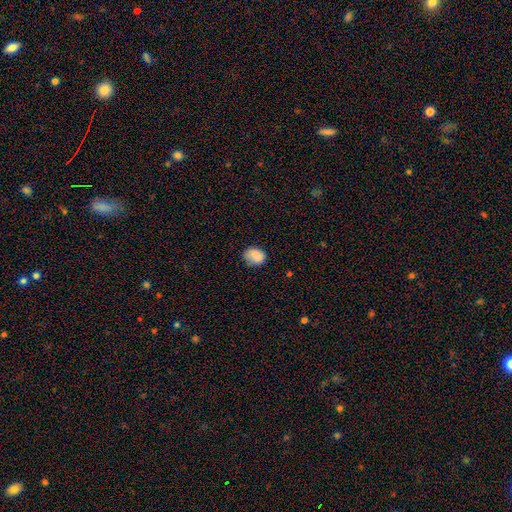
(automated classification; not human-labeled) smooth_or_featured: smooth (p=0.83) [alt: featured or disk p=0.09]
how_rounded: in between (p=0.53) [alt: round p=0.46]
merging: none (p=0.70) [alt: minor disturbance p=0.23]